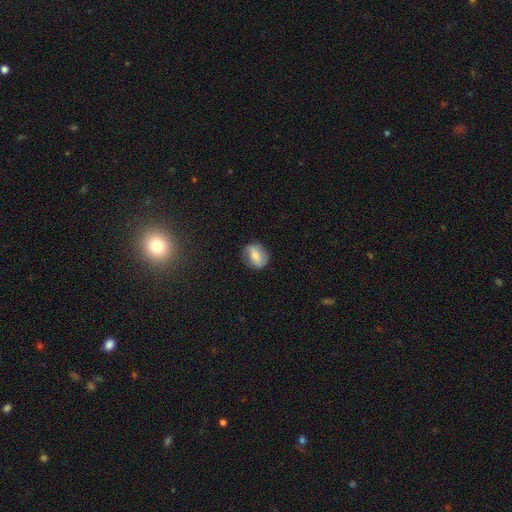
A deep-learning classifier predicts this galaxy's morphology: type=smooth (51%); roundness=in between (51%); merging=none (77%).